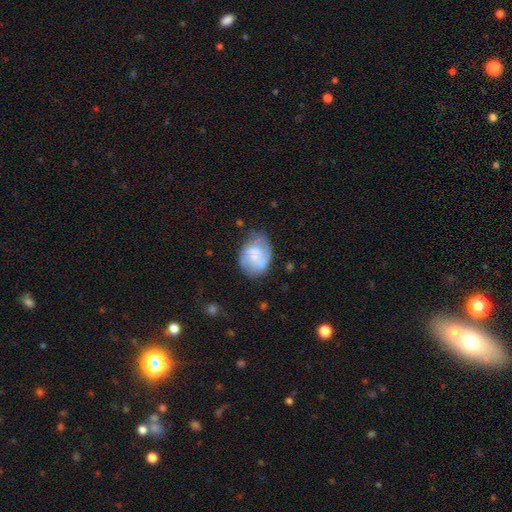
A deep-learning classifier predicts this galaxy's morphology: featured or disk 58%, smooth 35%, star or artifact 7%. Down the decision tree: edge-on disk — no (98%); bar — no (60%); spiral arms — yes (78%); bulge size — none (31%); merging — none (54%).